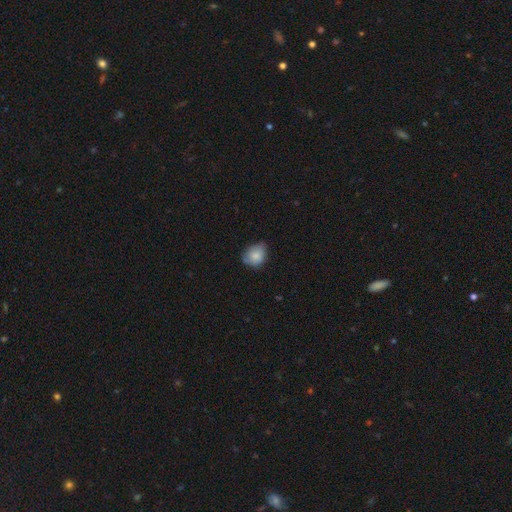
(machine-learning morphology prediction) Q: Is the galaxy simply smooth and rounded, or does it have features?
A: smooth — 80%.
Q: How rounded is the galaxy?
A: round — 51%.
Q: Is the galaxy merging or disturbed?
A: none — 54%.